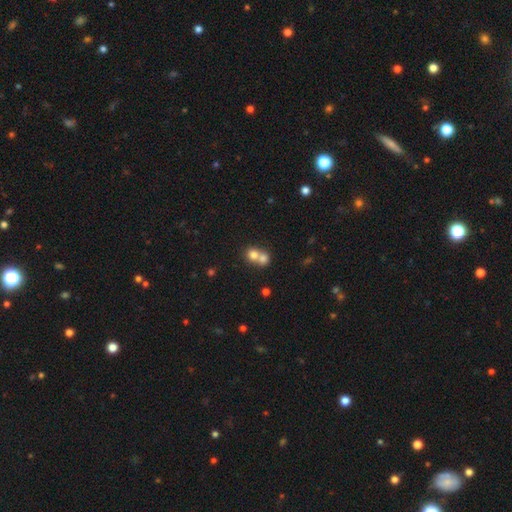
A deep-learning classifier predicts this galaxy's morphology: Overall: smooth (75%). How rounded: round (78%). Merging: merger (66%; none 27%).